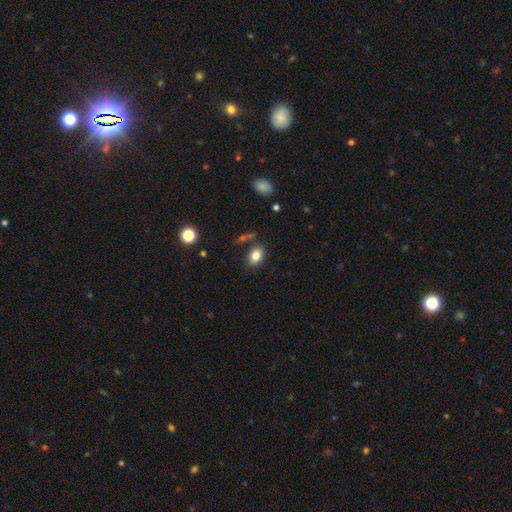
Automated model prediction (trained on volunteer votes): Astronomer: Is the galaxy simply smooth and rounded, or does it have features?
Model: smooth — 82%.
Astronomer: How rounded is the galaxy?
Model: in between — 80%.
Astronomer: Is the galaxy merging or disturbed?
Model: none — 76%.